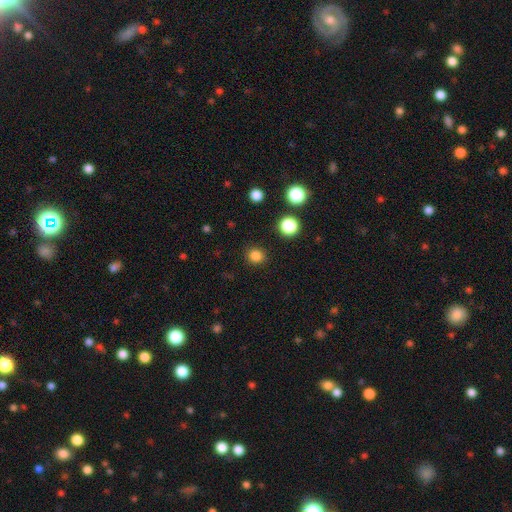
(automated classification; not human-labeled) Smooth or featured? smooth (83%)
How rounded? round (86%)
Merging? none (90%)